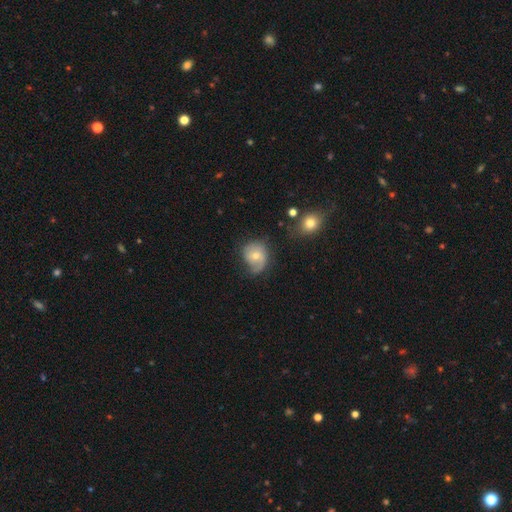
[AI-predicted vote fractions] Q: Smooth or featured?
A: featured or disk (50%); runner-up: smooth (42%)
Q: Merging?
A: none (45%); runner-up: minor disturbance (32%)